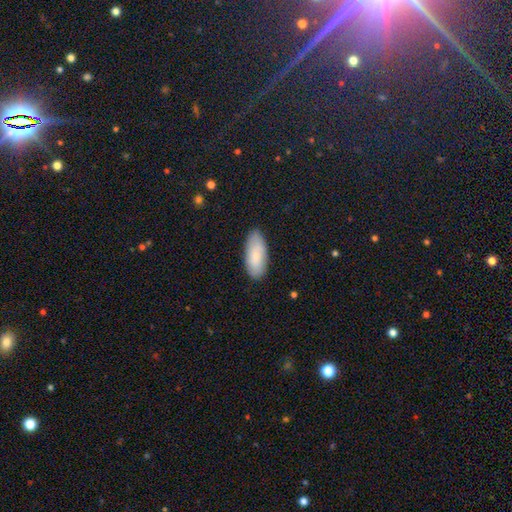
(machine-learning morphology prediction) Smooth or featured: smooth — 80% (featured or disk — 14%)
How rounded: in between — 88% (cigar-shaped — 10%)
Merging: none — 85% (minor disturbance — 12%)